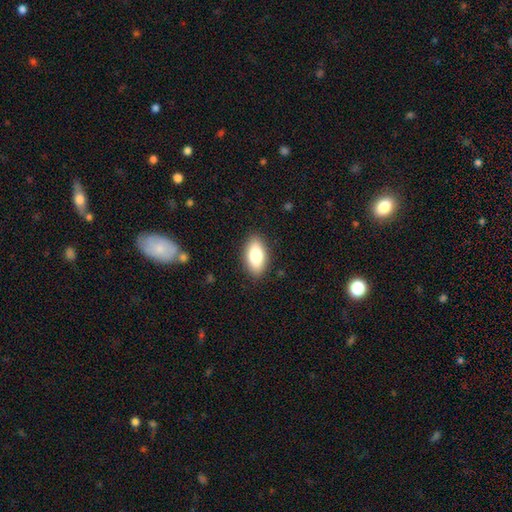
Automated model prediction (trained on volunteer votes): The model was most divided on "smooth or featured": smooth: 81%, featured or disk: 12%, star or artifact: 7%. More confident: how rounded — in between (92%); merging — none (88%).